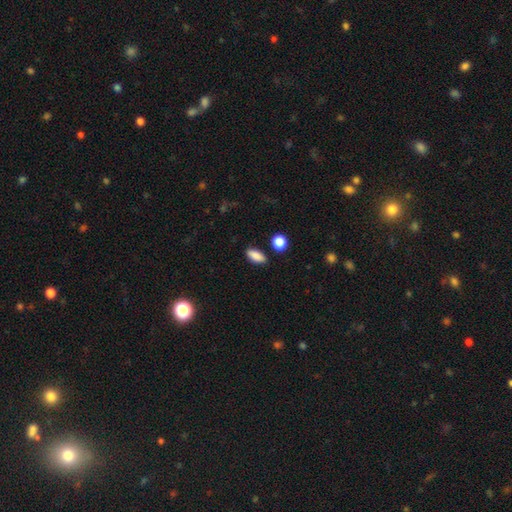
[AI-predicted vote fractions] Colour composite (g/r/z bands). It shows a smooth galaxy with no disk features (87%) that is in between round and cigar-shaped (81%). Merging: none (85%).